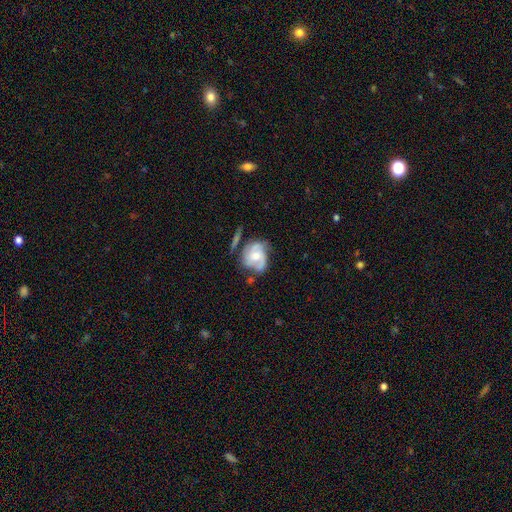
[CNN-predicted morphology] smooth_or_featured: featured or disk (p=0.74) [alt: smooth p=0.20]
disk_edge_on: no (p=0.97) [alt: yes p=0.03]
bar: no (p=0.64) [alt: weak p=0.29]
has_spiral_arms: yes (p=0.91) [alt: no p=0.09]
spiral_winding: medium (p=0.45) [alt: tight p=0.36]
spiral_arm_count: 2 (p=0.51) [alt: 3 p=0.25]
bulge_size: moderate (p=0.57) [alt: small p=0.34]
merging: none (p=0.49) [alt: minor disturbance p=0.26]